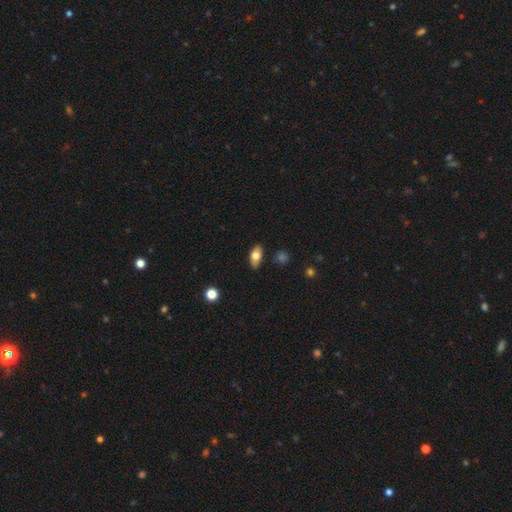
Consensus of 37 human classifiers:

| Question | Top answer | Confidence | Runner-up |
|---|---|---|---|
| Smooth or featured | smooth | 78% | featured or disk (22%) |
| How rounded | in between | 86% | round (7%) |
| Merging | none | 70% | minor disturbance (22%) |